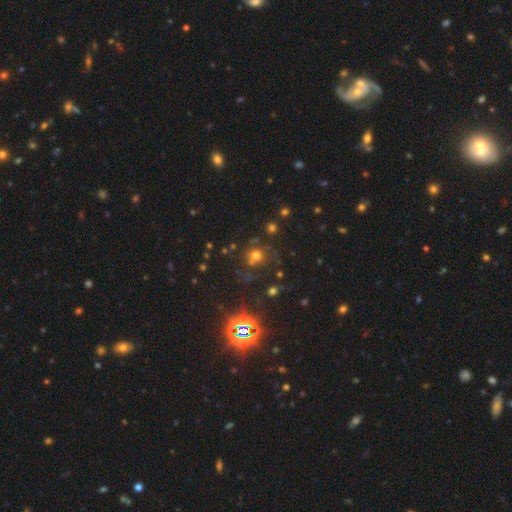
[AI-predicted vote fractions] This appears to be a smooth galaxy with no disk features (56%) that is round (86%). Merging: none (66%).